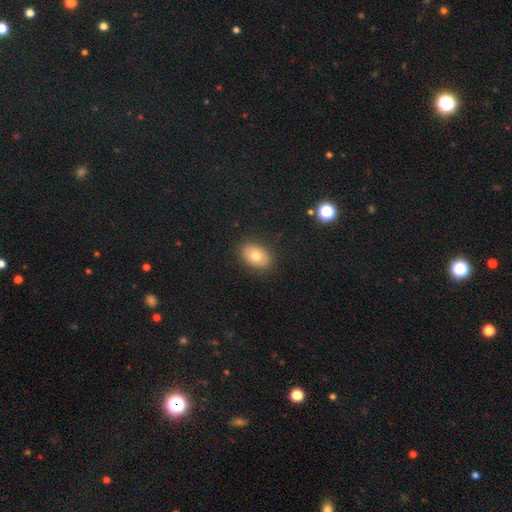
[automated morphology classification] A smooth galaxy with no disk features (73%) that is in between round and cigar-shaped (78%).

Vote fractions:
- Smooth or featured? smooth: 73% / featured or disk: 18% / star or artifact: 9%
- How rounded? in between: 78% / round: 21% / cigar-shaped: 1%
- Merging? none: 87% / minor disturbance: 10% / major disturbance: 3% / merger: 1%